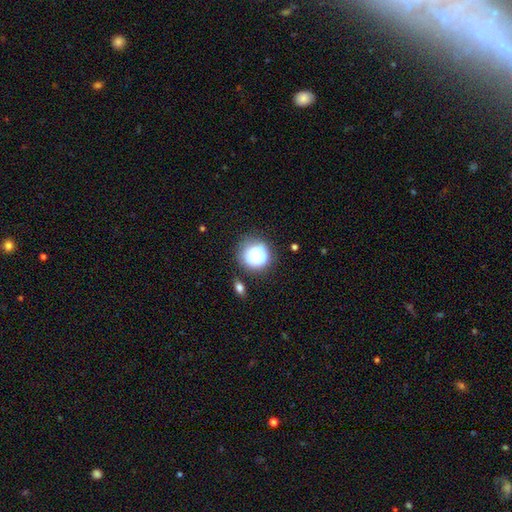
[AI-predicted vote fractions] Overall: smooth (74%). How rounded: round (92%). Merging: none (68%).